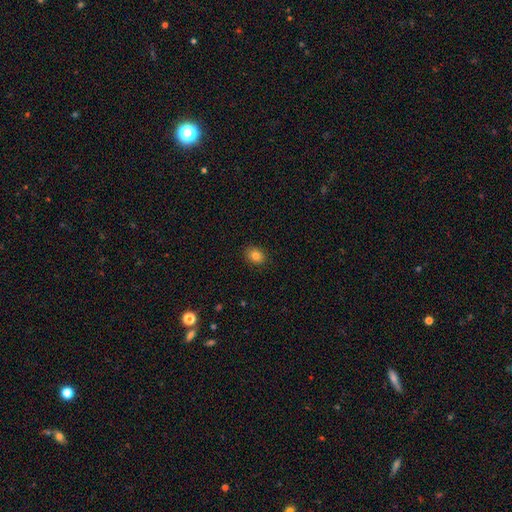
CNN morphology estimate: Smooth or featured: smooth — 83% (star or artifact — 11%)
How rounded: in between — 59% (round — 40%)
Merging: none — 89% (minor disturbance — 8%)